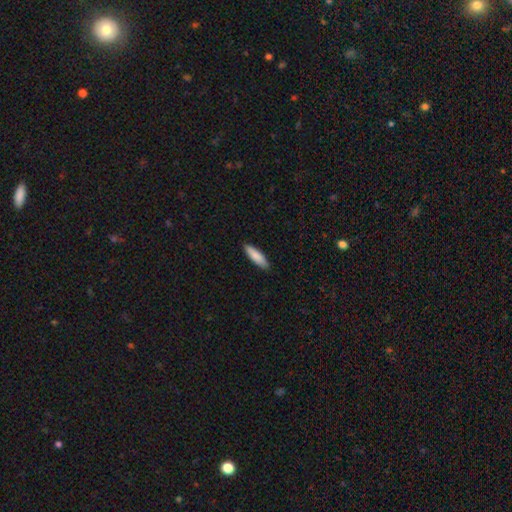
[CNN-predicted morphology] Smooth or featured? Predicted: smooth (p=0.86). How rounded? Predicted: cigar-shaped (p=0.61). Merging? Predicted: none (p=0.90).